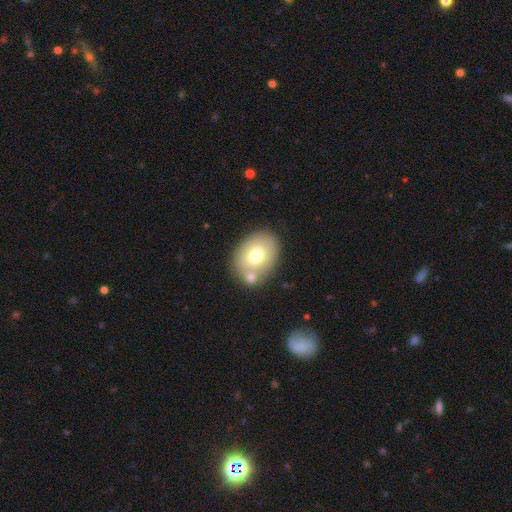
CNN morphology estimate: This is likely a smooth galaxy (70%). How rounded: likely in between (70%). Merging: likely none (62%).